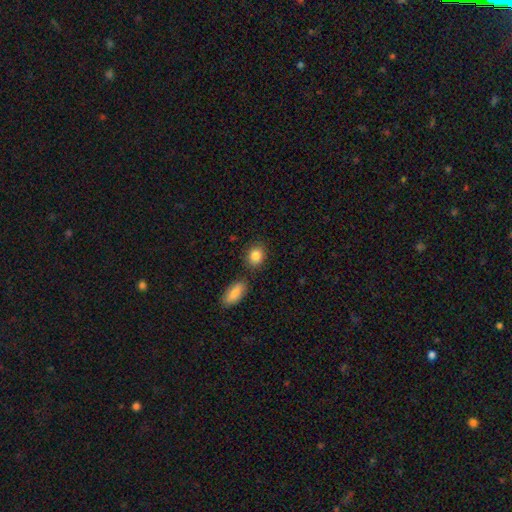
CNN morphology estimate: This is clearly a smooth galaxy (86%). How rounded: possibly in between (50%). Merging: likely none (77%).